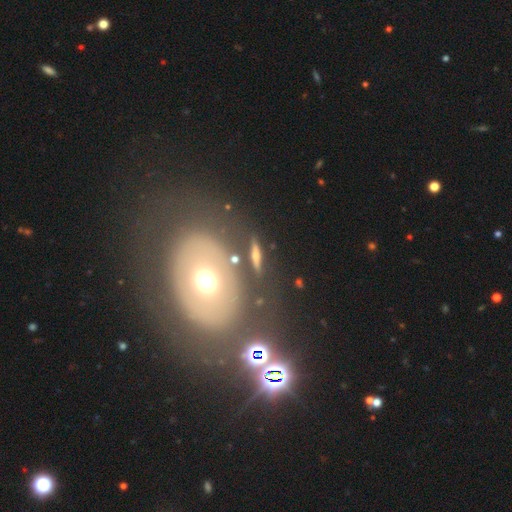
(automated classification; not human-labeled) This appears to be a featured or disk galaxy (50%). Merging: none (79%).